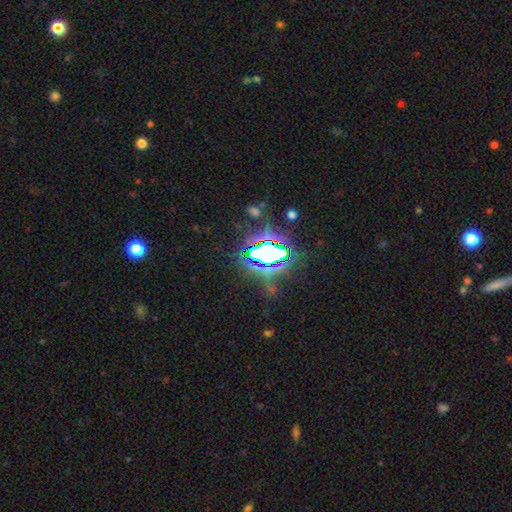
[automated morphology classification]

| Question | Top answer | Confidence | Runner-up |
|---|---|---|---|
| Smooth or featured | star or artifact | 81% | smooth (11%) |